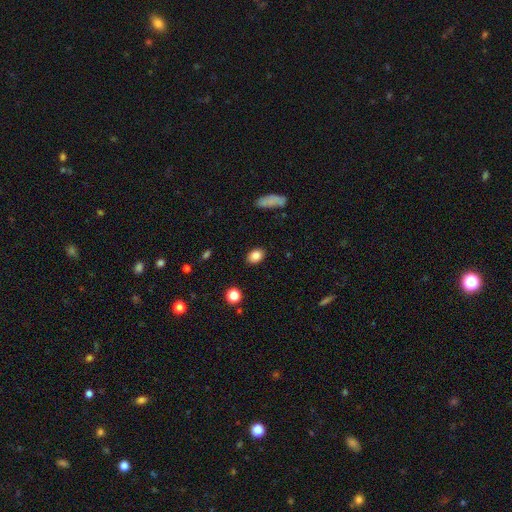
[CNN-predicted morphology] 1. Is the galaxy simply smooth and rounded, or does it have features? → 85% smooth, 9% star or artifact, 5% featured or disk.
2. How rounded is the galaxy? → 72% in between, 27% round, 1% cigar-shaped.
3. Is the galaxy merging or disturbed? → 86% none, 10% minor disturbance, 3% major disturbance, 1% merger.